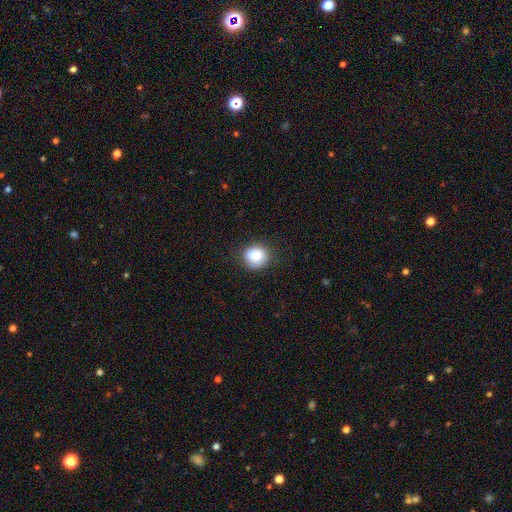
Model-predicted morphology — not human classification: Q: Smooth or featured?
A: smooth (85%); runner-up: star or artifact (9%)
Q: How rounded?
A: round (86%); runner-up: in between (13%)
Q: Merging?
A: none (83%); runner-up: minor disturbance (13%)